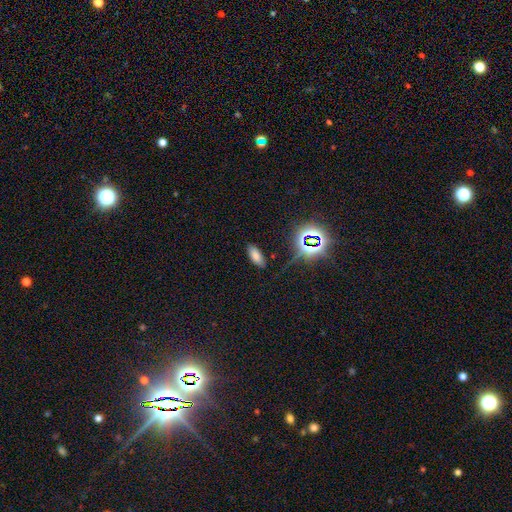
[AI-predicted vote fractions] This appears to be a smooth galaxy with no disk features (71%) that is in between round and cigar-shaped (85%). Merging: none (84%).